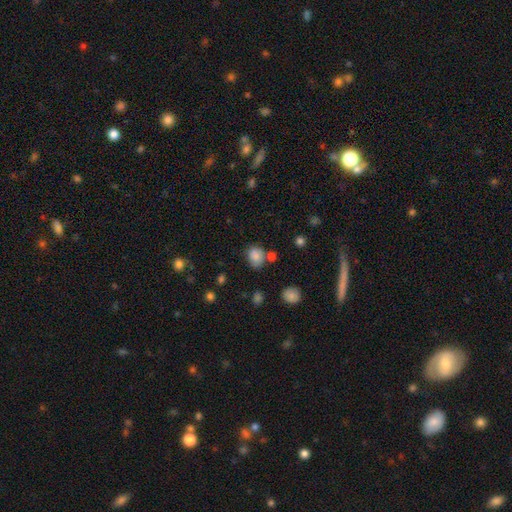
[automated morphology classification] Overall: smooth (83%). How rounded: round (58%; in between 41%). Merging: none (63%).